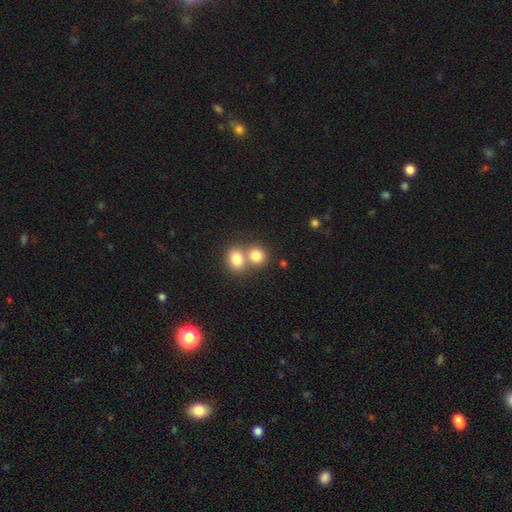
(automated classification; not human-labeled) smooth 81%, star or artifact 10%, featured or disk 9%. Down the decision tree: how rounded — round (66%); merging — merger (55%).